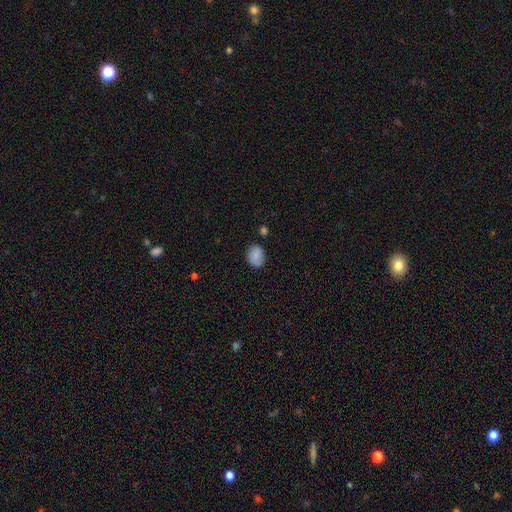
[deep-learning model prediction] A smooth galaxy with no disk features (81%) that is in between round and cigar-shaped (64%). Merging: none (75%).